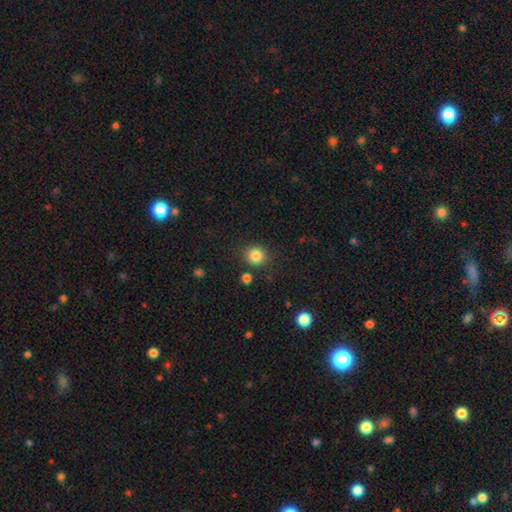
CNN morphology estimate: Smooth or featured? smooth (84%)
How rounded? round (89%)
Merging? none (85%)